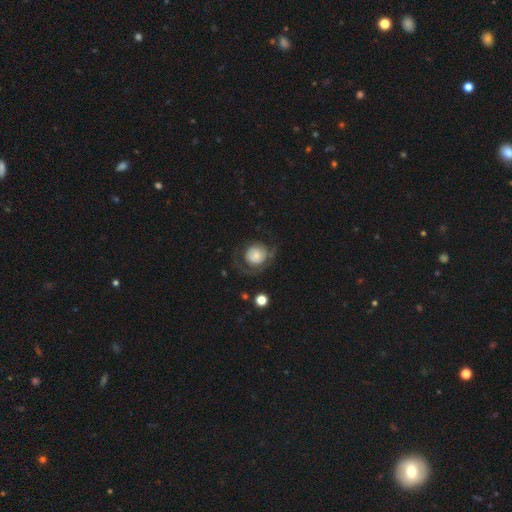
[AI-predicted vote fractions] This appears to be a smooth galaxy with no disk features (56%) that is round (83%). Merging: none (51%).